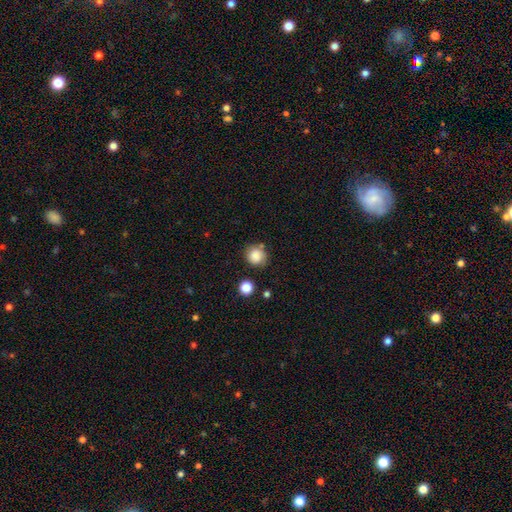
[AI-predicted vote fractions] Smooth or featured?
  - smooth: 85% *
  - star or artifact: 10%
  - featured or disk: 5%
How rounded?
  - round: 86% *
  - in between: 13%
  - cigar-shaped: 1%
Merging?
  - none: 75% *
  - minor disturbance: 15%
  - merger: 6%
  - major disturbance: 4%